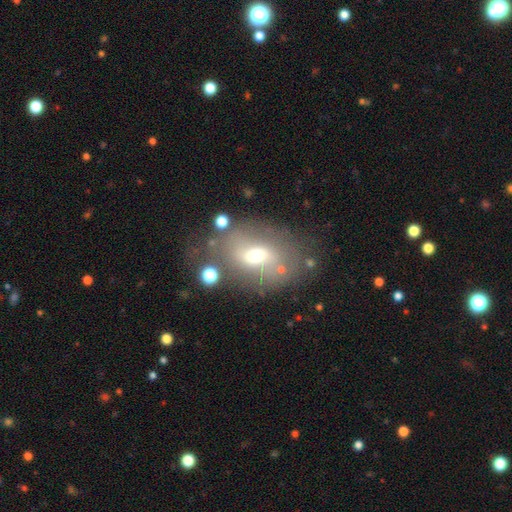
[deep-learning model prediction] Smooth or featured: smooth — 46% (featured or disk — 41%)
Merging: none — 62% (minor disturbance — 20%)